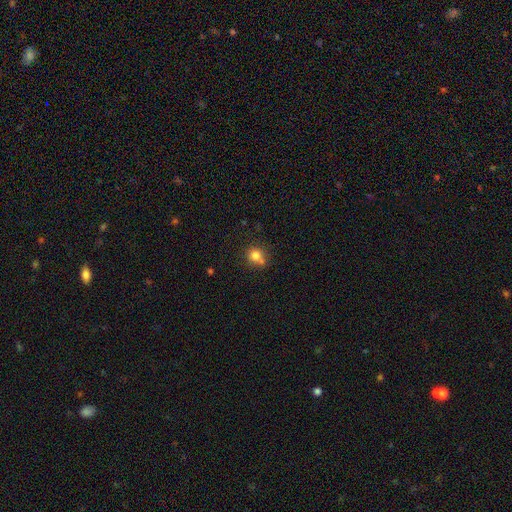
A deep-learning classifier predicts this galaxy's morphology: smooth 80%, star or artifact 12%, featured or disk 9%. Down the decision tree: how rounded — round (84%); merging — none (58%).